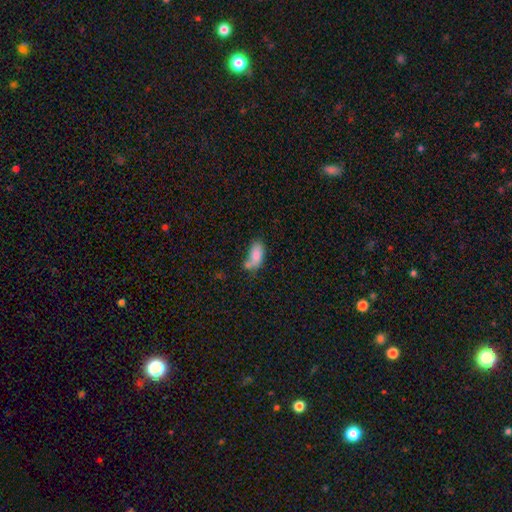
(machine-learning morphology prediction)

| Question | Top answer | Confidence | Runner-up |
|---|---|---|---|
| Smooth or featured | smooth | 80% | featured or disk (12%) |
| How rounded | in between | 89% | cigar-shaped (8%) |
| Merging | none | 35% | merger (31%) |